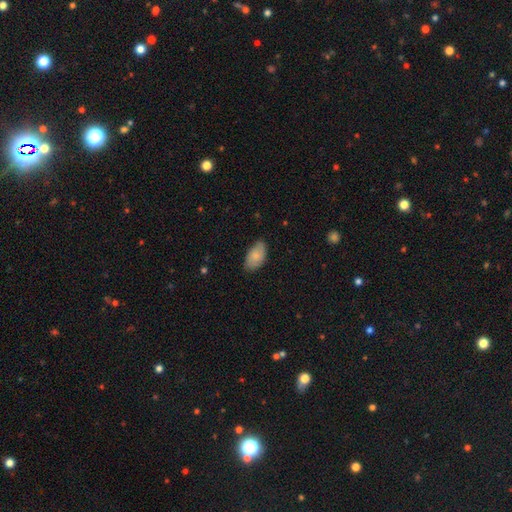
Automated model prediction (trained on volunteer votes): Smooth or featured?
  - smooth: 82% *
  - featured or disk: 12%
  - star or artifact: 6%
How rounded?
  - in between: 94% *
  - round: 4%
  - cigar-shaped: 2%
Merging?
  - none: 74% *
  - minor disturbance: 22%
  - major disturbance: 3%
  - merger: 1%